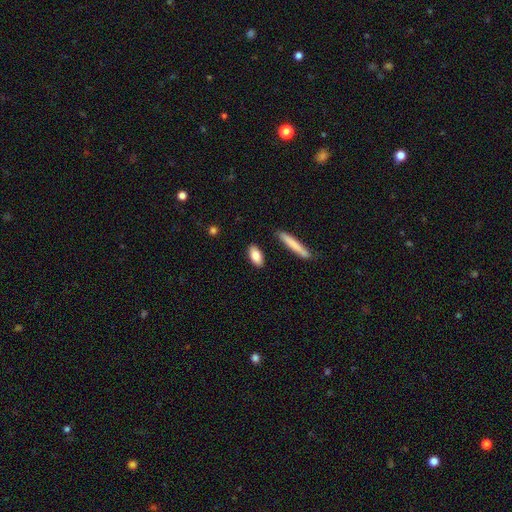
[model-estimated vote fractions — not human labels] Overall: smooth (83%). How rounded: in between (80%). Merging: none (87%).